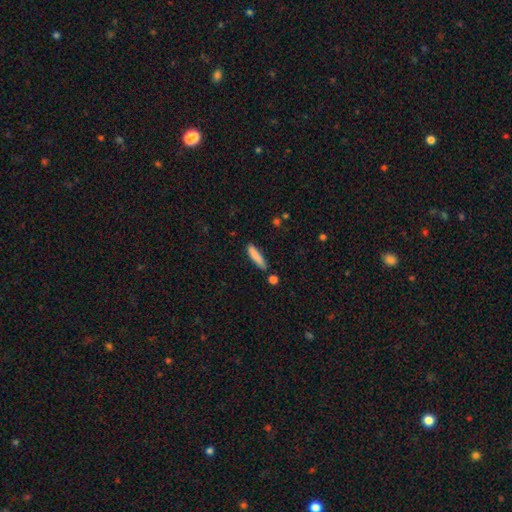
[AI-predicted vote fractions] The model was most divided on "merging": none: 78%, minor disturbance: 14%, merger: 5%, major disturbance: 3%. More confident: smooth or featured — smooth (84%); how rounded — cigar-shaped (83%).